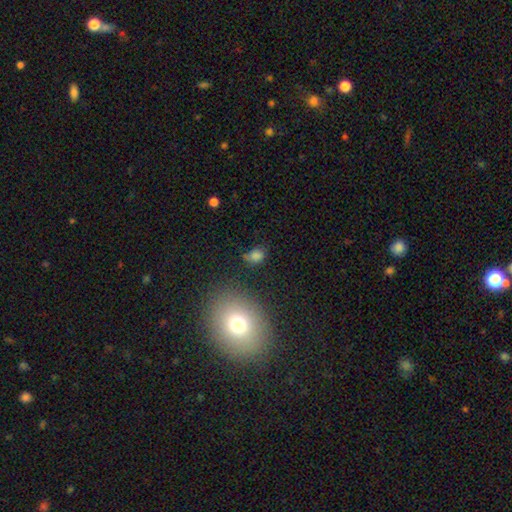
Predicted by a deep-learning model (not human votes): smooth 75%, star or artifact 17%, featured or disk 8%. Down the decision tree: how rounded — in between (56%); merging — none (56%).